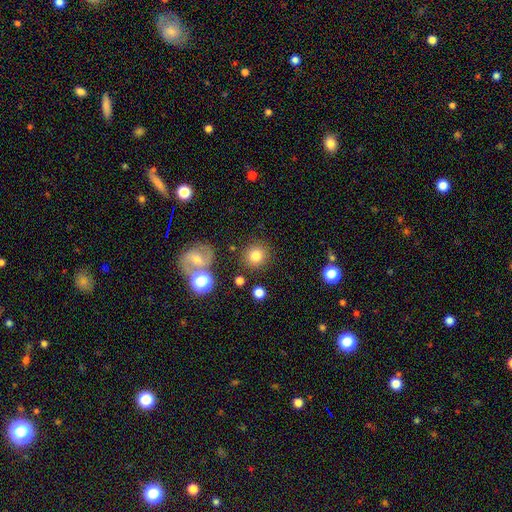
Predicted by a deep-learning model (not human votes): A smooth galaxy with no disk features (79%) that is round (91%).

Vote fractions:
- Smooth or featured? smooth: 79% / star or artifact: 11% / featured or disk: 10%
- How rounded? round: 91% / in between: 8% / cigar-shaped: 1%
- Merging? none: 82% / minor disturbance: 9% / merger: 6% / major disturbance: 4%